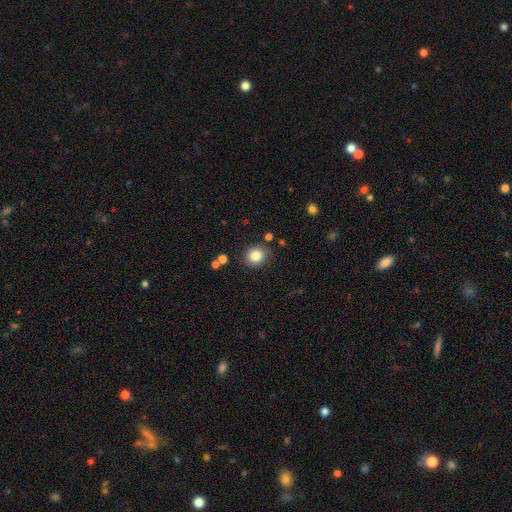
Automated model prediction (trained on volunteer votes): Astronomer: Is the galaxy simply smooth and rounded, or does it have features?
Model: smooth — 83%.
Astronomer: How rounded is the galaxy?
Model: round — 76%.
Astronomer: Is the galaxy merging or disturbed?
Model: none — 81%.